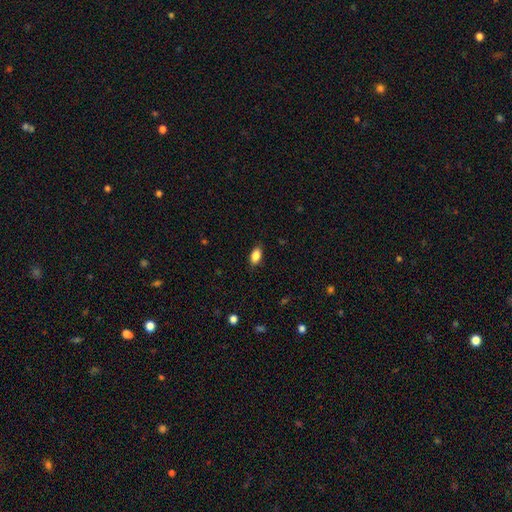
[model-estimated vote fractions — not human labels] The model was most divided on "merging": none: 85%, minor disturbance: 12%, major disturbance: 2%, merger: 1%. More confident: how rounded — in between (90%); smooth or featured — smooth (87%).